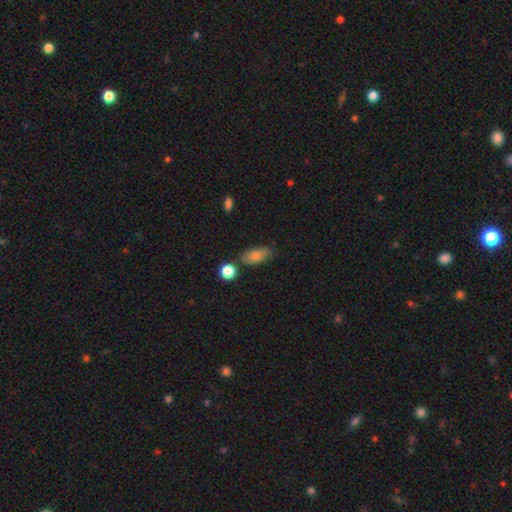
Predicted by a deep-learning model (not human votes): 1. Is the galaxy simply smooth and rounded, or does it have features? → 78% smooth, 13% featured or disk, 9% star or artifact.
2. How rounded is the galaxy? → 83% in between, 12% cigar-shaped, 5% round.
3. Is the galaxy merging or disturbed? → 74% none, 16% minor disturbance, 6% merger, 4% major disturbance.